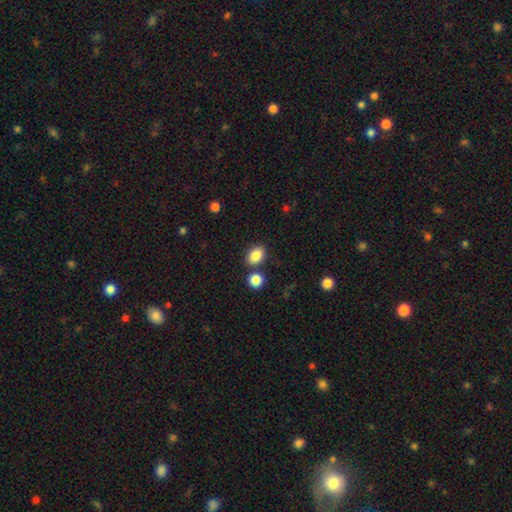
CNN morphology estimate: type=smooth (86%); roundness=in between (68%); merging=none (74%).